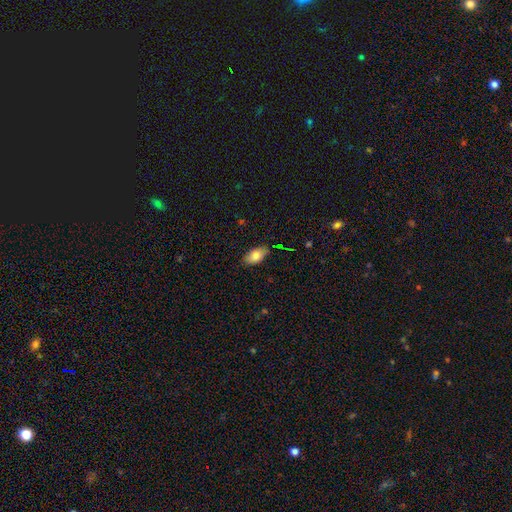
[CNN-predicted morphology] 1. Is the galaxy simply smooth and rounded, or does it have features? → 82% smooth, 11% featured or disk, 7% star or artifact.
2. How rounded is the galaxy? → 92% in between, 5% cigar-shaped, 4% round.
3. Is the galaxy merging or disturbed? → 81% none, 15% minor disturbance, 3% major disturbance, 1% merger.